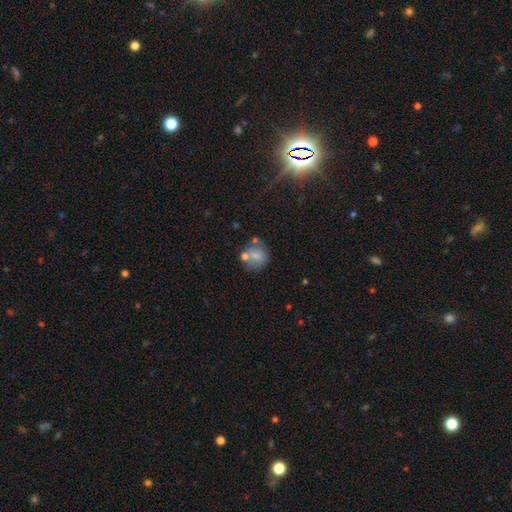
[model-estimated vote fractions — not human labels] This is likely a smooth galaxy (67%). How rounded: likely round (78%). Merging: possibly none (56%).